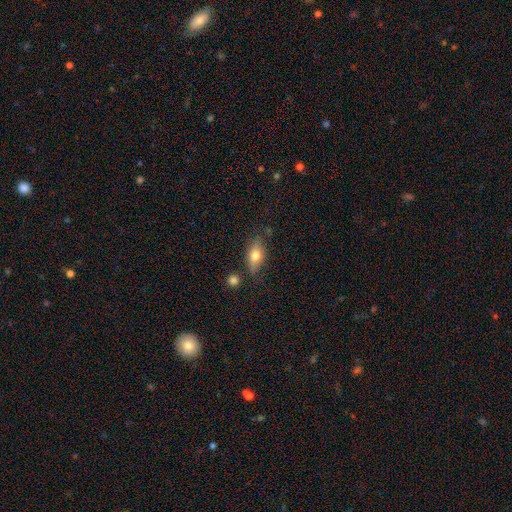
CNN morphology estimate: Smooth or featured: smooth — 67% (featured or disk — 25%)
How rounded: in between — 78% (cigar-shaped — 15%)
Merging: none — 73% (minor disturbance — 17%)